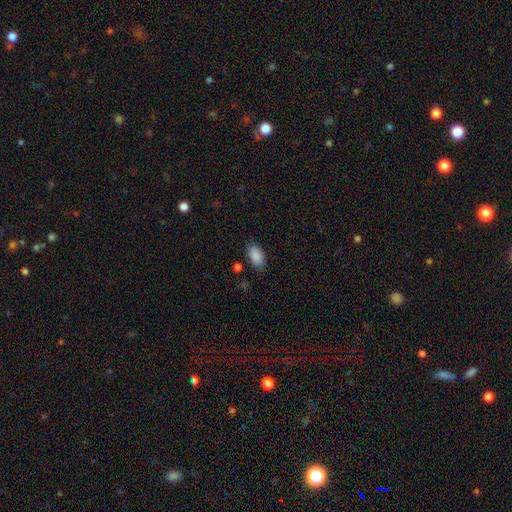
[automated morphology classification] A smooth galaxy with no disk features (89%) that is in between round and cigar-shaped (93%).

Vote fractions:
- Smooth or featured? smooth: 89% / star or artifact: 7% / featured or disk: 4%
- How rounded? in between: 93% / round: 5% / cigar-shaped: 2%
- Merging? none: 80% / minor disturbance: 15% / major disturbance: 3% / merger: 2%